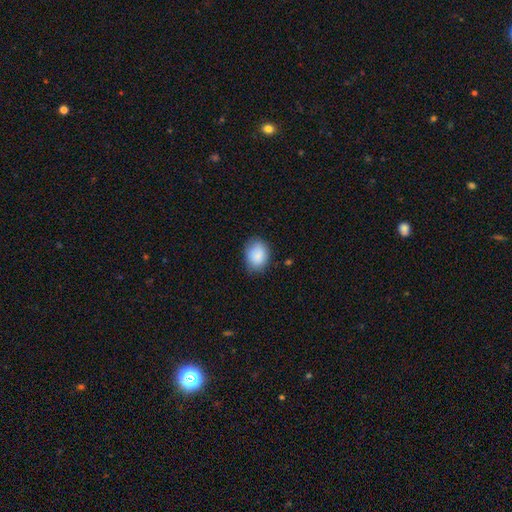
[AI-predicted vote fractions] Smooth or featured? smooth (88%)
How rounded? in between (62%)
Merging? none (79%)